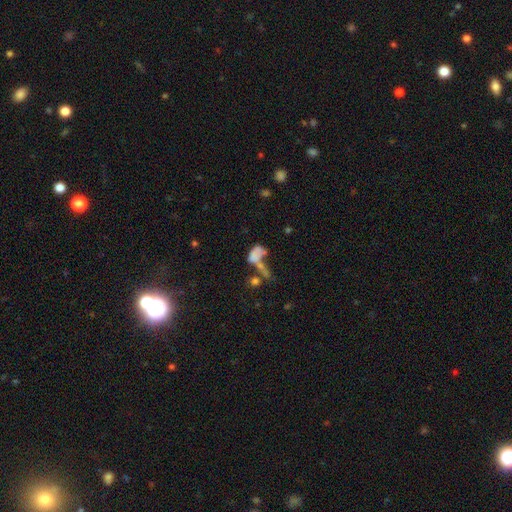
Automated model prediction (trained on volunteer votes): This is possibly a smooth galaxy (56%). How rounded: clearly in between (84%). Merging: possibly merger (46%).